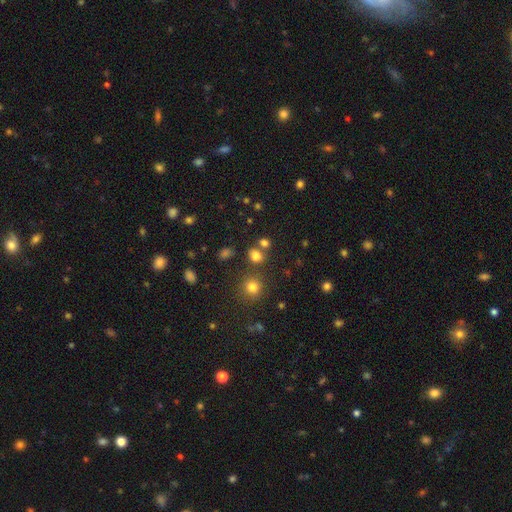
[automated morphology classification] The model was most divided on "how rounded": in between: 52%, round: 46%, cigar-shaped: 1%. More confident: smooth or featured — smooth (77%); merging — none (64%).